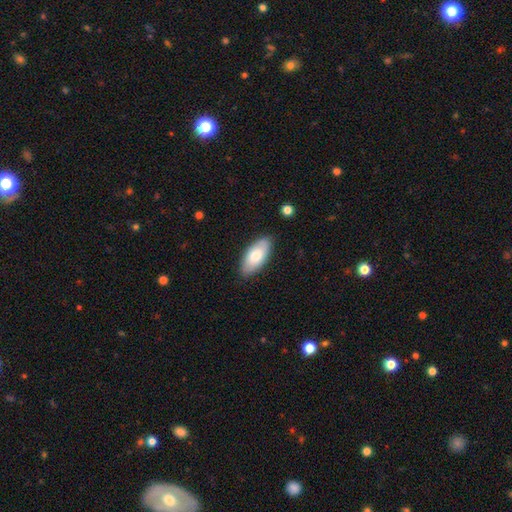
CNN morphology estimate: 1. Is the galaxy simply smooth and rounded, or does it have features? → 72% smooth, 22% featured or disk, 6% star or artifact.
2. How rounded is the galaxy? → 92% in between, 6% cigar-shaped, 2% round.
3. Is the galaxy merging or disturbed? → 84% none, 12% minor disturbance, 2% major disturbance, 1% merger.